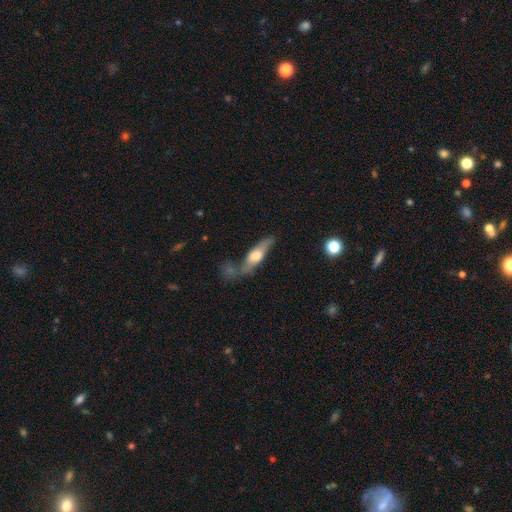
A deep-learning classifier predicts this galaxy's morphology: Smooth or featured: featured or disk — 55% (smooth — 39%)
Edge-on disk: yes — 71% (no — 29%)
Merging: none — 50% (minor disturbance — 21%)